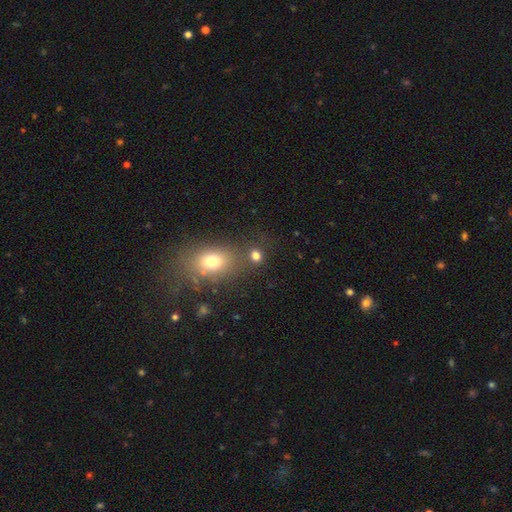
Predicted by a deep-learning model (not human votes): Smooth or featured: smooth — 76% (star or artifact — 17%)
How rounded: round — 70% (in between — 29%)
Merging: none — 67% (merger — 18%)